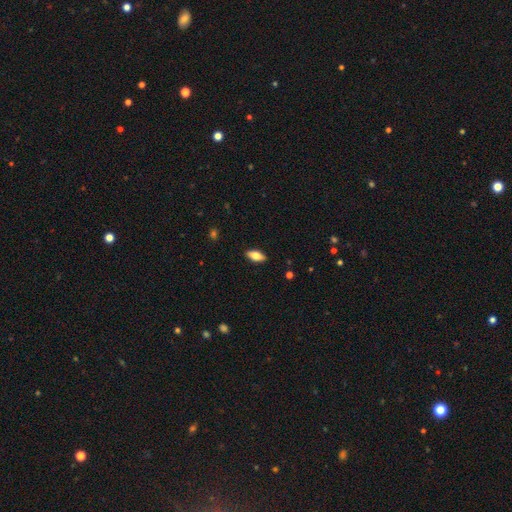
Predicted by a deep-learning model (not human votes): Morphology: type=smooth (72%); roundness=in between (84%); merging=none (89%).